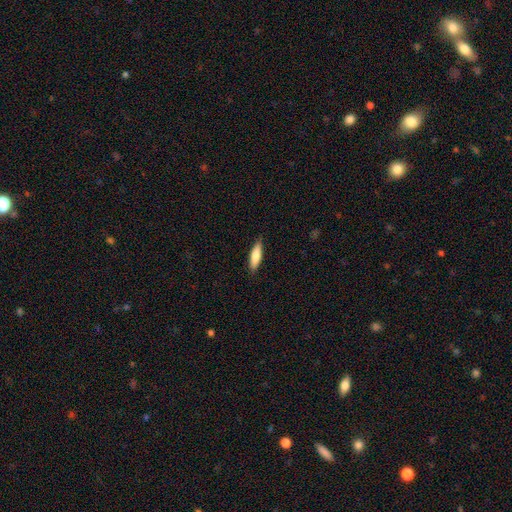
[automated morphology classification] type=smooth (79%); roundness=cigar-shaped (59%); merging=none (87%).